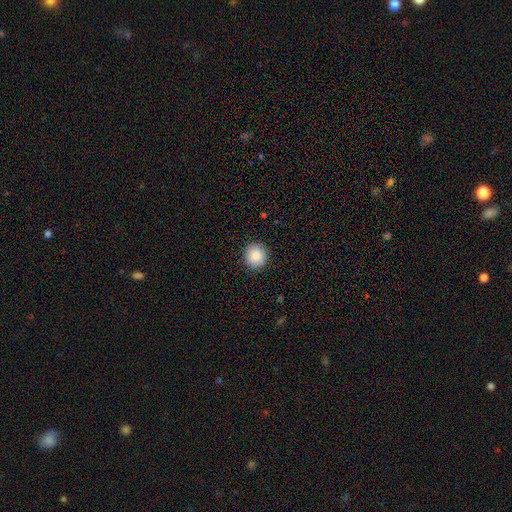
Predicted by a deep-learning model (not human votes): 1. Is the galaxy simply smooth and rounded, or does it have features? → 87% smooth, 8% star or artifact, 5% featured or disk.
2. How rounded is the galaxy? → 89% round, 10% in between, 1% cigar-shaped.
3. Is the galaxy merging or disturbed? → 91% none, 6% minor disturbance, 2% major disturbance, 1% merger.